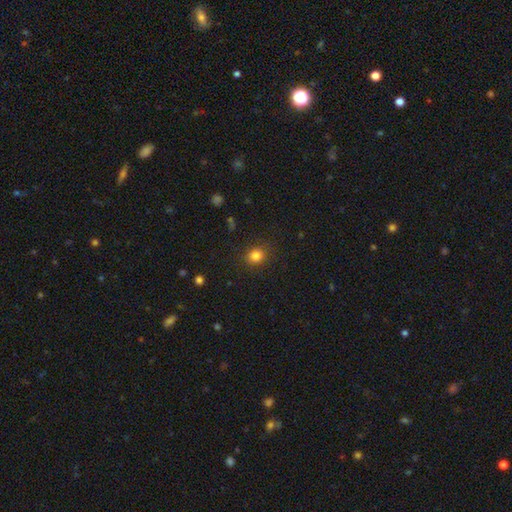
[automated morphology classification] This appears to be a smooth galaxy with no disk features (83%) that is round (76%). Merging: none (87%).